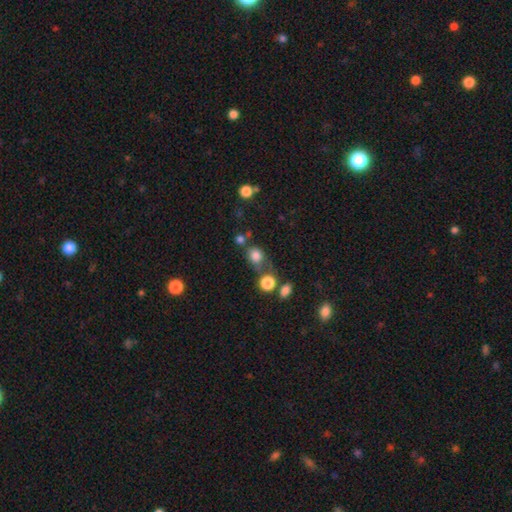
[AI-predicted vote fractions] Smooth or featured: smooth — 79% (star or artifact — 14%)
How rounded: round — 73% (in between — 26%)
Merging: none — 57% (merger — 19%)